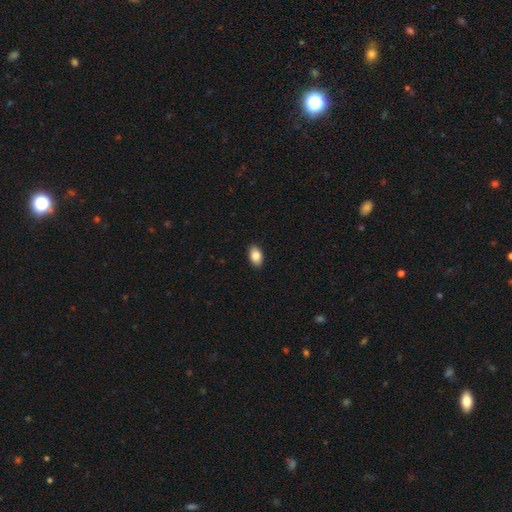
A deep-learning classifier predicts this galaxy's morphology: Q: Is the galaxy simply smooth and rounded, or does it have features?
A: smooth — 85%.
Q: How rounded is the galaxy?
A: in between — 92%.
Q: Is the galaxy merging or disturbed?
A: none — 90%.